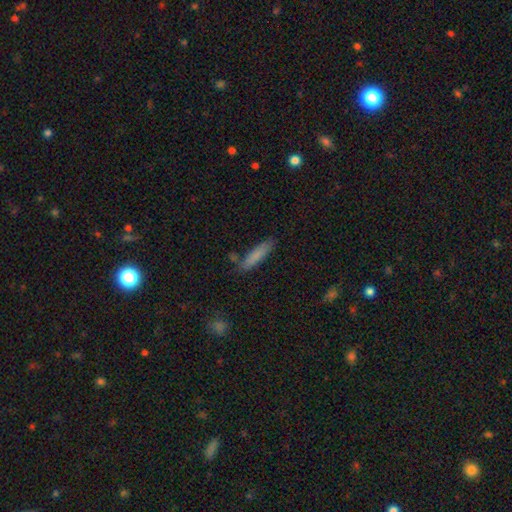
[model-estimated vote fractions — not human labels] This is clearly a smooth galaxy (81%). How rounded: clearly cigar-shaped (82%). Merging: likely none (76%).